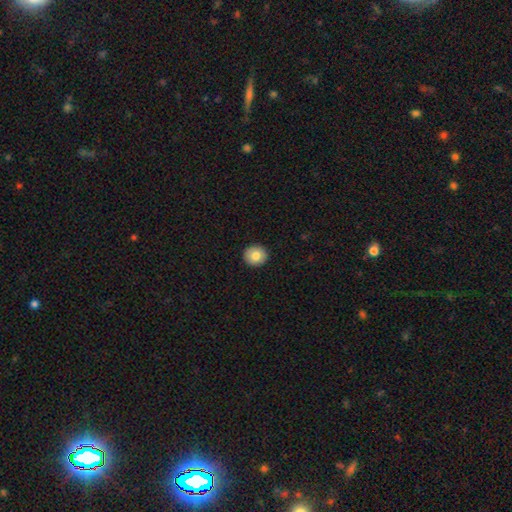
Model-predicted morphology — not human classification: The model was most divided on "smooth or featured": smooth: 82%, featured or disk: 11%, star or artifact: 8%. More confident: merging — none (93%); how rounded — round (86%).